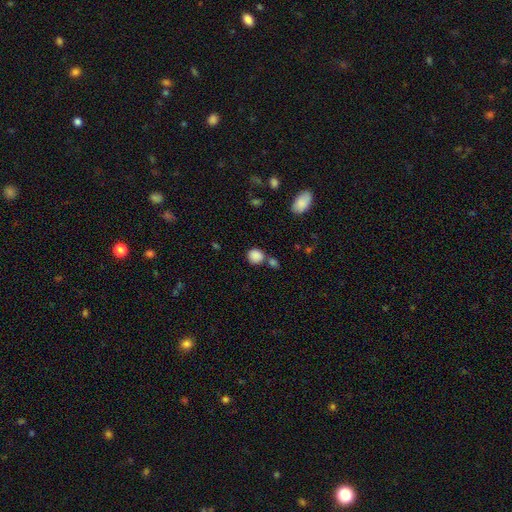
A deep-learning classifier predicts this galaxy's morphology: Overall: smooth (86%). How rounded: round (82%). Merging: none (62%).